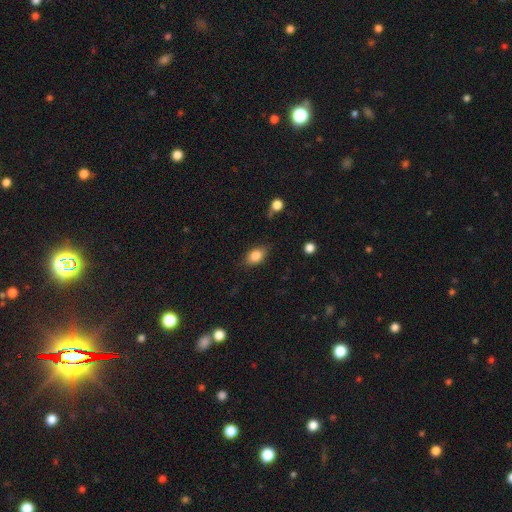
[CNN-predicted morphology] Q: Smooth or featured?
A: smooth (82%); runner-up: featured or disk (9%)
Q: How rounded?
A: in between (82%); runner-up: round (16%)
Q: Merging?
A: none (80%); runner-up: minor disturbance (15%)